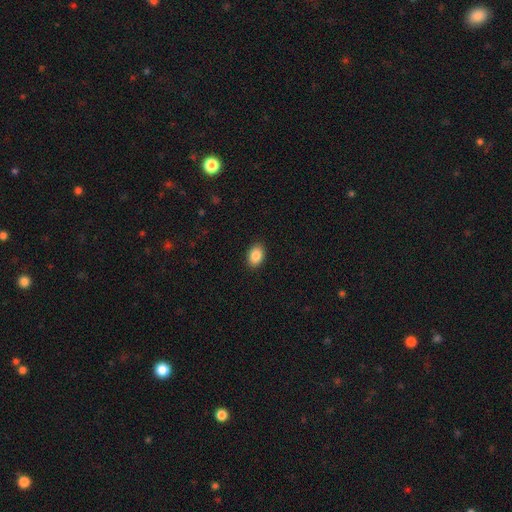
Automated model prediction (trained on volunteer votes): smooth 88%, star or artifact 8%, featured or disk 5%. Down the decision tree: how rounded — in between (83%); merging — none (90%).